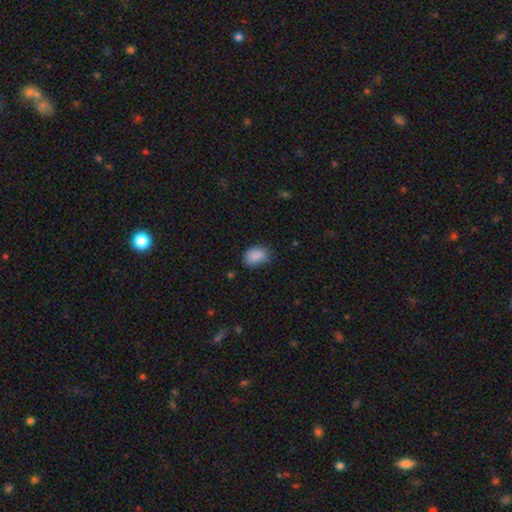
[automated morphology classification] Smooth or featured?
  - smooth: 87% *
  - star or artifact: 8%
  - featured or disk: 4%
How rounded?
  - in between: 81% *
  - round: 18%
  - cigar-shaped: 1%
Merging?
  - none: 65% *
  - minor disturbance: 28%
  - major disturbance: 6%
  - merger: 1%